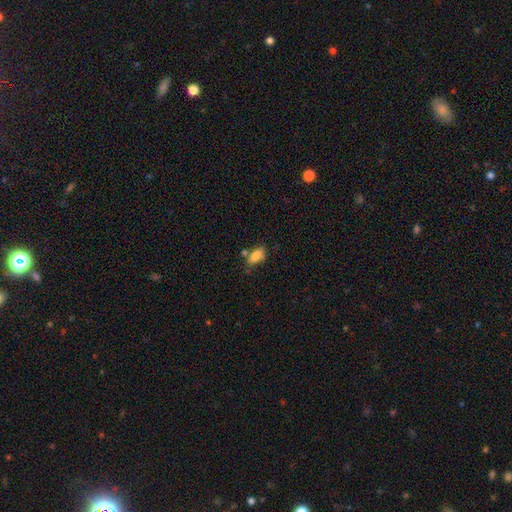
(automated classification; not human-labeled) The model was most divided on "merging": none: 59%, minor disturbance: 21%, merger: 14%, major disturbance: 6%. More confident: how rounded — in between (84%); smooth or featured — smooth (79%).